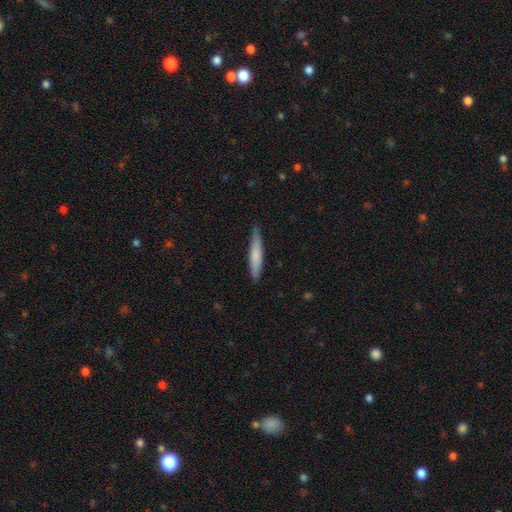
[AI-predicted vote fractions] A smooth galaxy with no disk features (73%) that is cigar-shaped (90%). Merging: none (84%).